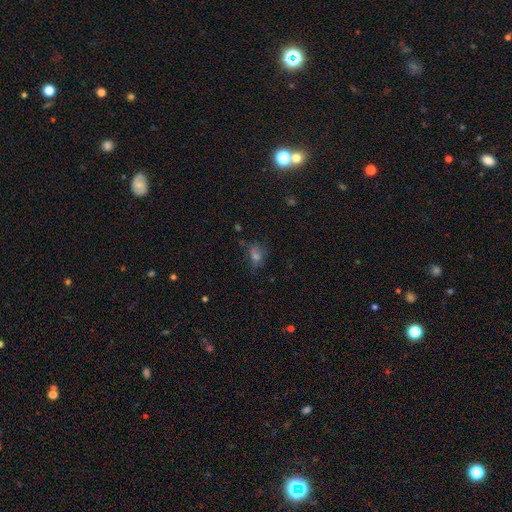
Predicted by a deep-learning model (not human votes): Smooth or featured: smooth — 50% (star or artifact — 34%)
Merging: none — 60% (minor disturbance — 22%)